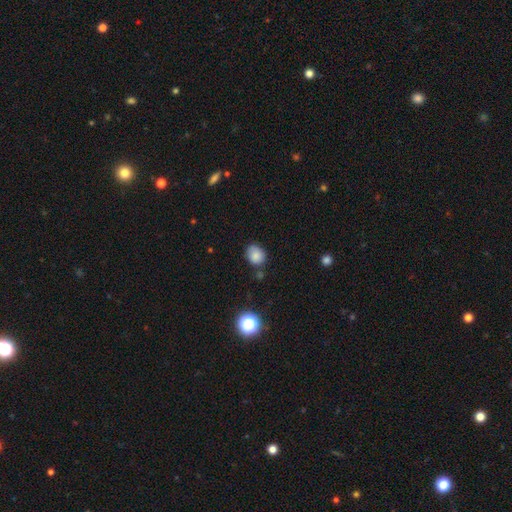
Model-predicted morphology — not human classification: This appears to be a smooth galaxy with no disk features (80%) that is round (62%). Merging: none (66%).